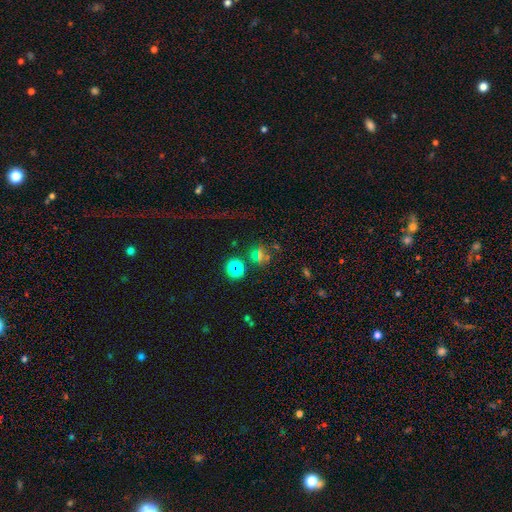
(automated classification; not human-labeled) Smooth or featured?
  - star or artifact: 56% *
  - smooth: 32%
  - featured or disk: 11%